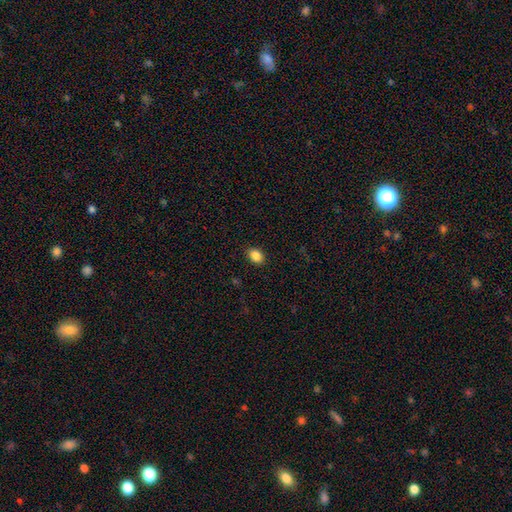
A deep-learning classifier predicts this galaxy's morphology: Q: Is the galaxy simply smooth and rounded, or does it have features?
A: smooth — 88%.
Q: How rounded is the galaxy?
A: in between — 76%.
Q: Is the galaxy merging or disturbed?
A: none — 89%.